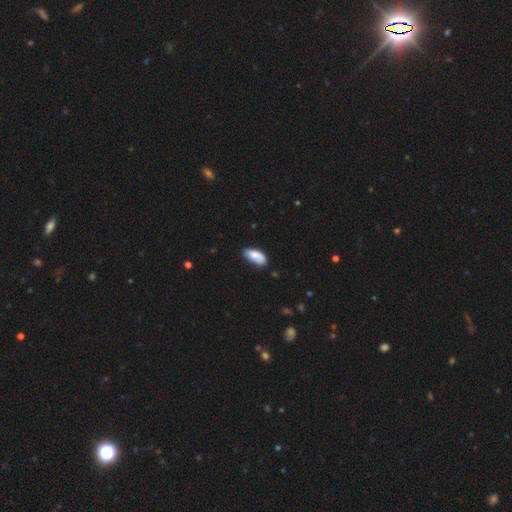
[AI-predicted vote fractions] This appears to be a smooth galaxy with no disk features (74%) that is in between round and cigar-shaped (87%). Merging: none (58%).